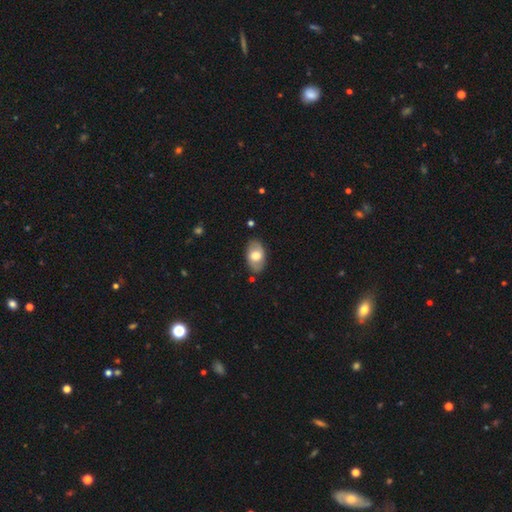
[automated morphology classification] Q: Smooth or featured?
A: smooth (63%); runner-up: featured or disk (31%)
Q: How rounded?
A: in between (92%); runner-up: round (7%)
Q: Merging?
A: none (83%); runner-up: minor disturbance (12%)